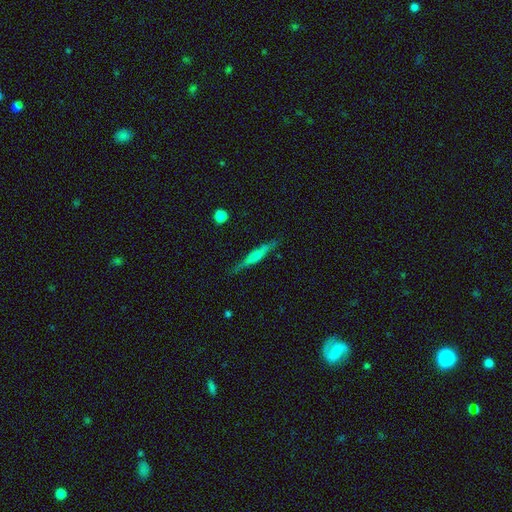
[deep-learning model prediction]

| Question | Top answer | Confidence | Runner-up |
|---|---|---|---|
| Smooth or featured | featured or disk | 55% | smooth (39%) |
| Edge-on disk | yes | 96% | no (4%) |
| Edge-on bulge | rounded | 39% | boxy (36%) |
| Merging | none | 82% | minor disturbance (13%) |